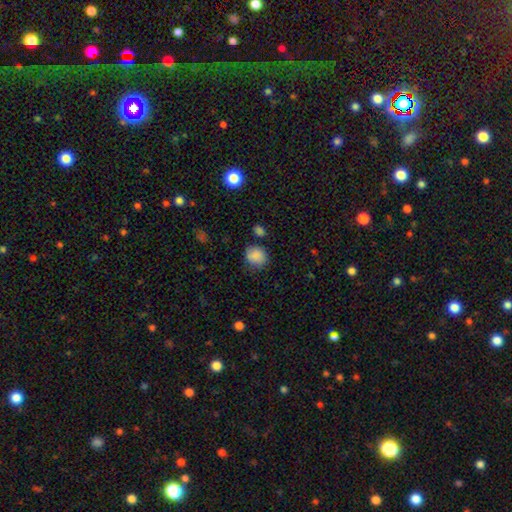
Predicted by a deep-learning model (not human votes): smooth-or-featured: smooth: 86% | star or artifact: 9% | featured or disk: 4%
  how-rounded: round: 76% | in between: 23% | cigar-shaped: 1%
  merging: none: 75% | minor disturbance: 17% | major disturbance: 5% | merger: 4%